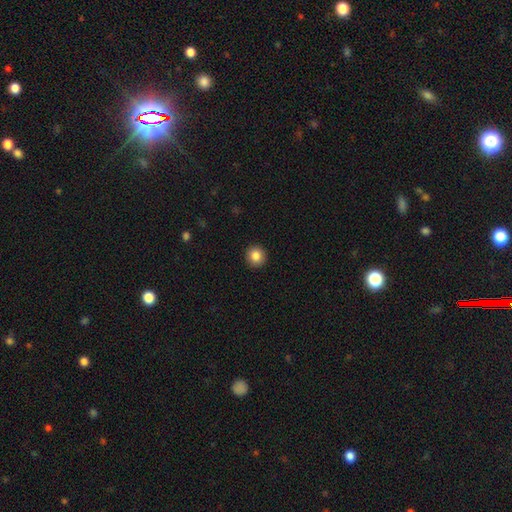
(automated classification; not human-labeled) This appears to be a smooth galaxy with no disk features (85%) that is round (93%). Merging: none (93%).